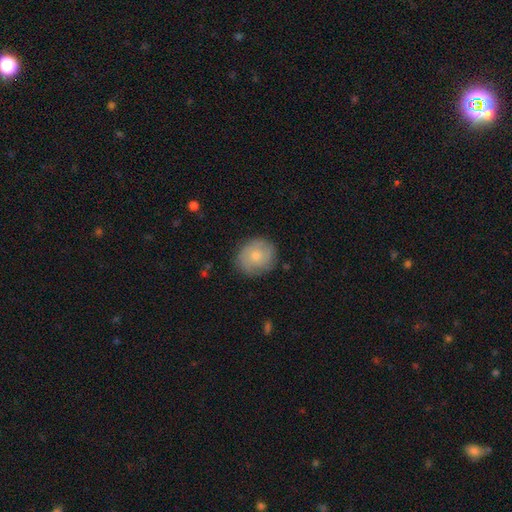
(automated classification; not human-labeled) The model was most divided on "smooth or featured": smooth: 60%, featured or disk: 33%, star or artifact: 7%. More confident: merging — none (79%); how rounded — round (77%).